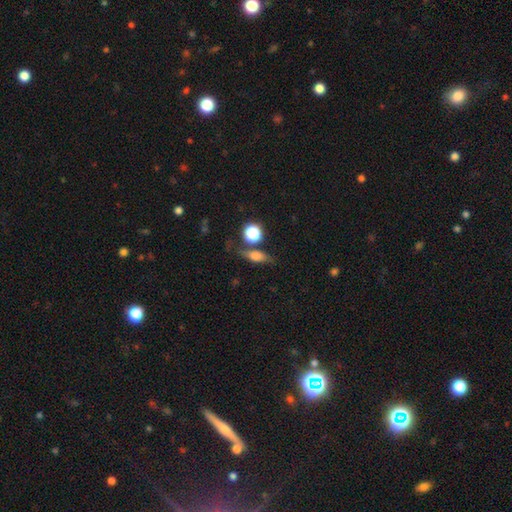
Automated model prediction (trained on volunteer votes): Overall: smooth (64%). How rounded: in between (54%; cigar-shaped 24%). Merging: none (61%).